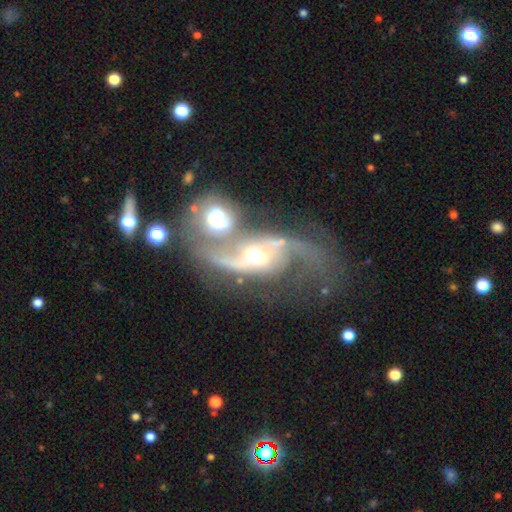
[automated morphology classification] A featured or disk galaxy (86%) with no bar (42%), 2 (86%) loose (63%) spiral arms (93%) and a moderate central bulge (63%). Merging: merger (45%).